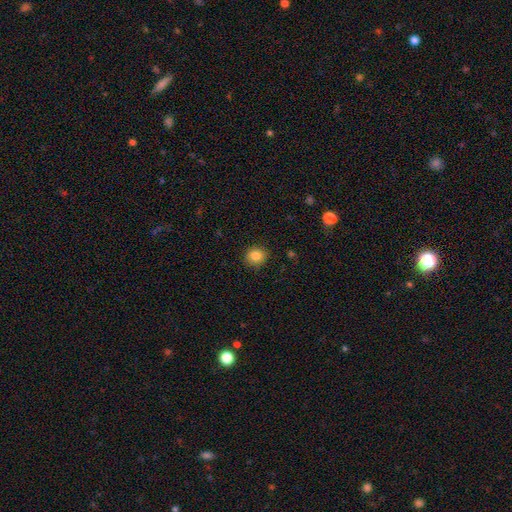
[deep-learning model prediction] Q: Smooth or featured?
A: smooth (84%); runner-up: star or artifact (11%)
Q: How rounded?
A: round (77%); runner-up: in between (22%)
Q: Merging?
A: none (88%); runner-up: minor disturbance (9%)